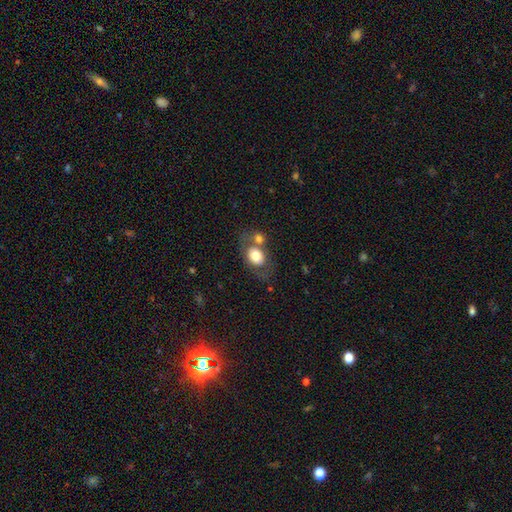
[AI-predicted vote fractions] Q: Smooth or featured?
A: smooth (71%); runner-up: featured or disk (21%)
Q: How rounded?
A: in between (64%); runner-up: round (34%)
Q: Merging?
A: none (53%); runner-up: merger (26%)